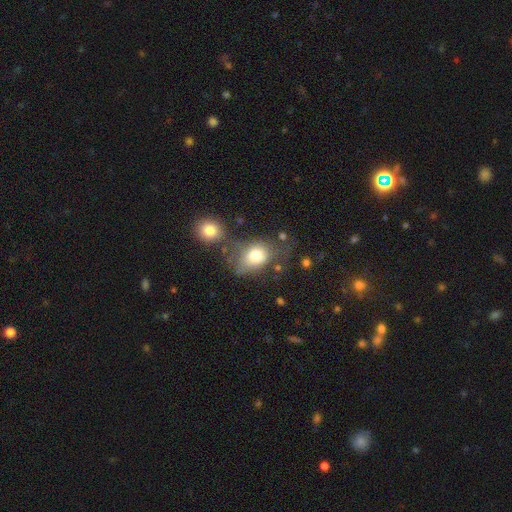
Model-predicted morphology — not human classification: A smooth galaxy with no disk features (75%) that is in between round and cigar-shaped (61%).

Vote fractions:
- Smooth or featured? smooth: 75% / featured or disk: 15% / star or artifact: 10%
- How rounded? in between: 61% / round: 38% / cigar-shaped: 1%
- Merging? none: 38% / minor disturbance: 24% / major disturbance: 20% / merger: 17%